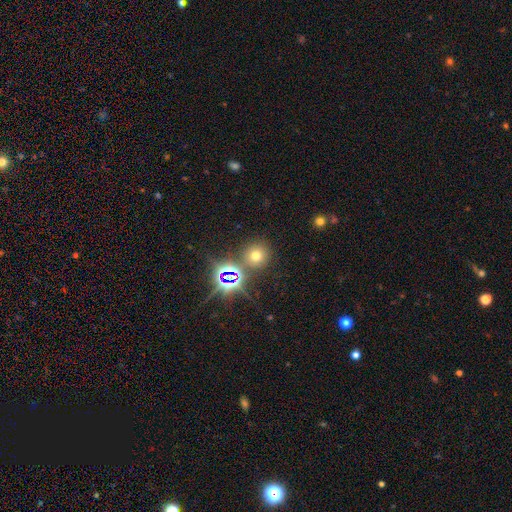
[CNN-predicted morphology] Smooth or featured?
  - smooth: 58% *
  - star or artifact: 32%
  - featured or disk: 10%
How rounded?
  - round: 90% *
  - in between: 8%
  - cigar-shaped: 1%
Merging?
  - none: 81% *
  - minor disturbance: 8%
  - merger: 7%
  - major disturbance: 4%